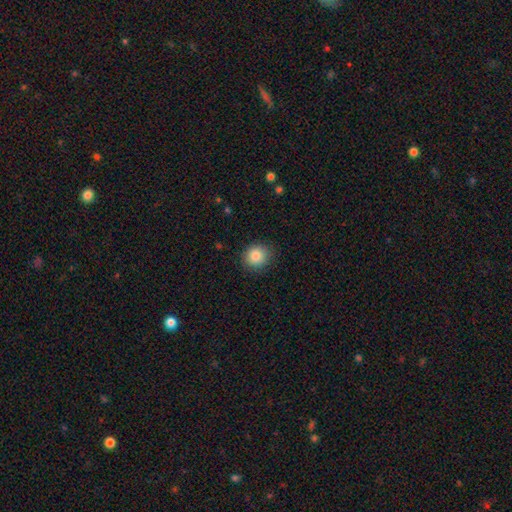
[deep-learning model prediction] Smooth or featured?
  - smooth: 85% *
  - star or artifact: 9%
  - featured or disk: 6%
How rounded?
  - round: 83% *
  - in between: 16%
  - cigar-shaped: 1%
Merging?
  - none: 87% *
  - minor disturbance: 9%
  - major disturbance: 3%
  - merger: 1%